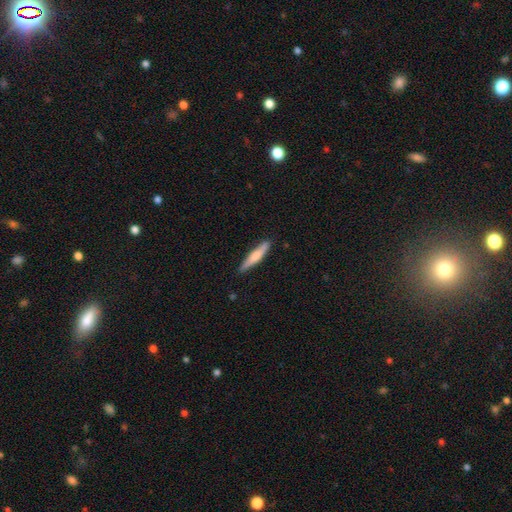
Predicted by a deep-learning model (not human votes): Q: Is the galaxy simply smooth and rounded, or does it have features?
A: smooth — 63%.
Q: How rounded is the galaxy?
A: cigar-shaped — 89%.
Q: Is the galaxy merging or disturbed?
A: none — 88%.